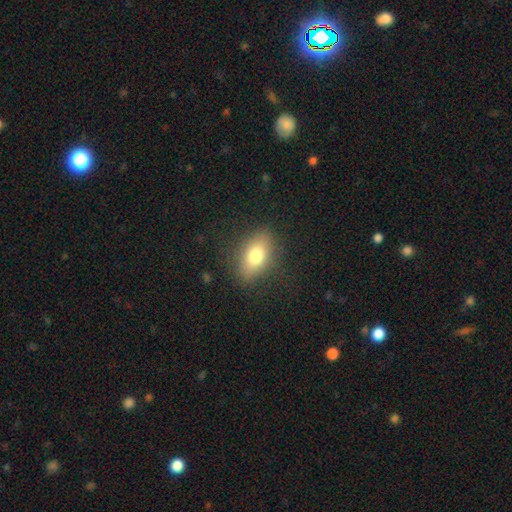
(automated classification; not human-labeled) This appears to be a smooth galaxy with no disk features (78%) that is in between round and cigar-shaped (87%). Merging: none (83%).